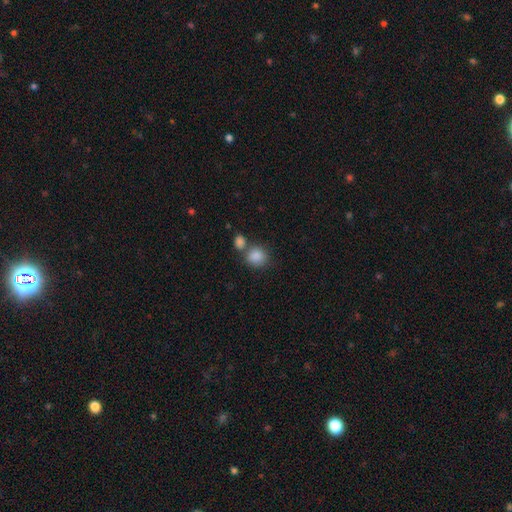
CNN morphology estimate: type=smooth (86%); roundness=round (73%); merging=none (53%).